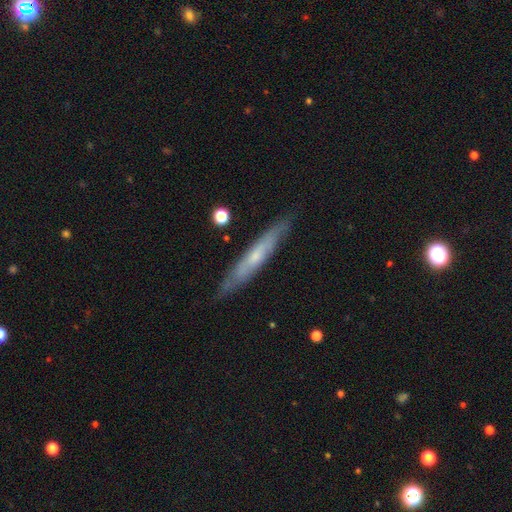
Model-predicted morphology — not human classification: Overall: featured or disk (56%; smooth 38%). Edge-on disk: yes (76%). Merging: none (84%).